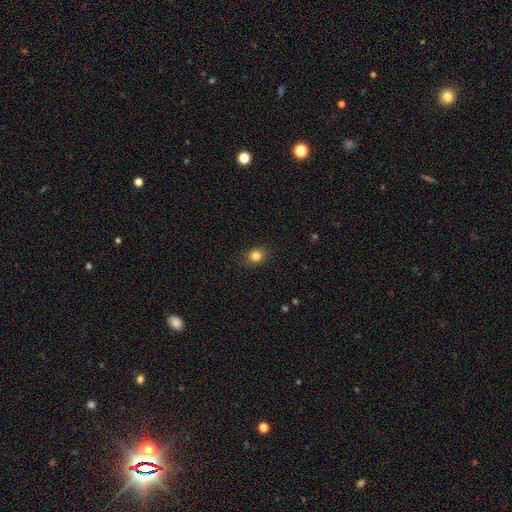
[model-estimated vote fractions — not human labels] This appears to be a smooth galaxy with no disk features (83%) that is round (61%). Merging: none (88%).